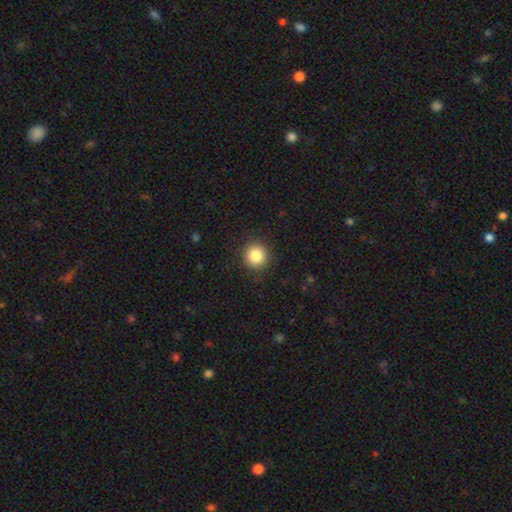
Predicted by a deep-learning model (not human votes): This is clearly a smooth galaxy (85%). How rounded: clearly round (94%). Merging: clearly none (91%).